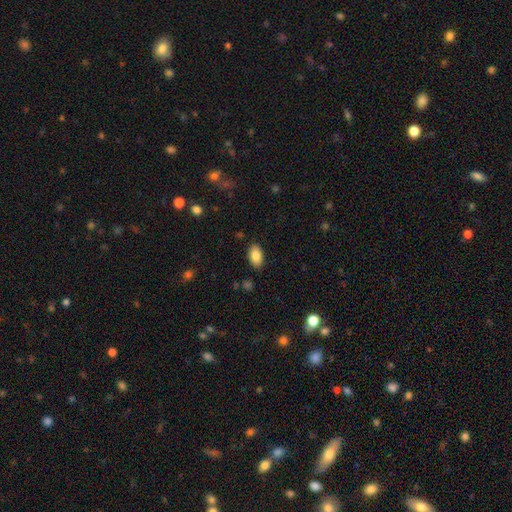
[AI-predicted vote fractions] This is clearly a smooth galaxy (86%). How rounded: clearly in between (93%). Merging: clearly none (87%).